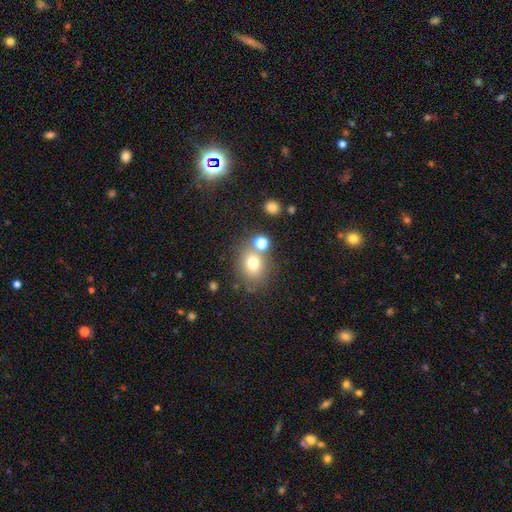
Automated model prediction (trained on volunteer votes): smooth_or_featured: smooth (p=0.64) [alt: star or artifact p=0.24]
how_rounded: round (p=0.65) [alt: in between p=0.34]
merging: none (p=0.67) [alt: merger p=0.18]